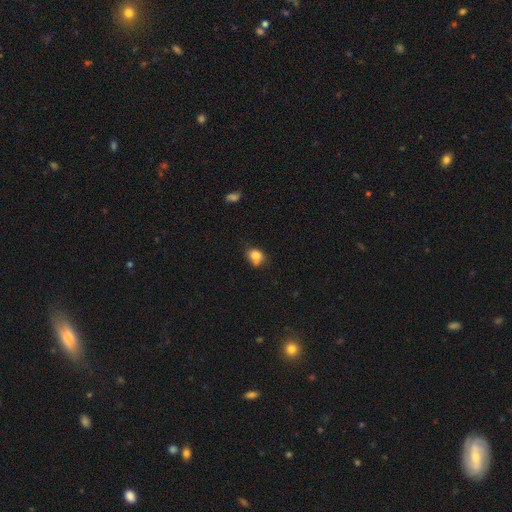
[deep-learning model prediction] Smooth or featured? smooth (80%)
How rounded? round (54%)
Merging? none (47%)